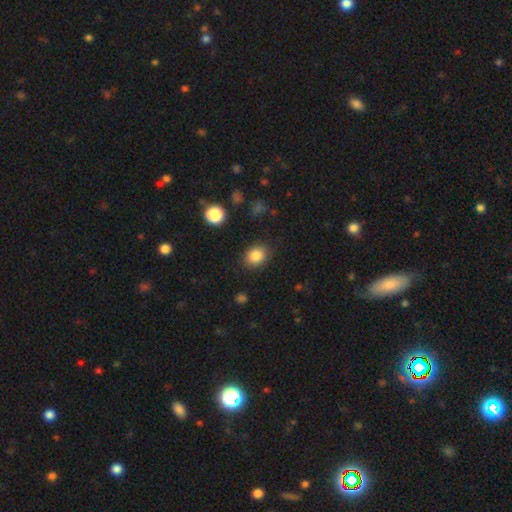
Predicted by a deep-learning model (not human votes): Smooth or featured? Predicted: smooth (p=0.85). How rounded? Predicted: in between (p=0.50). Merging? Predicted: none (p=0.86).